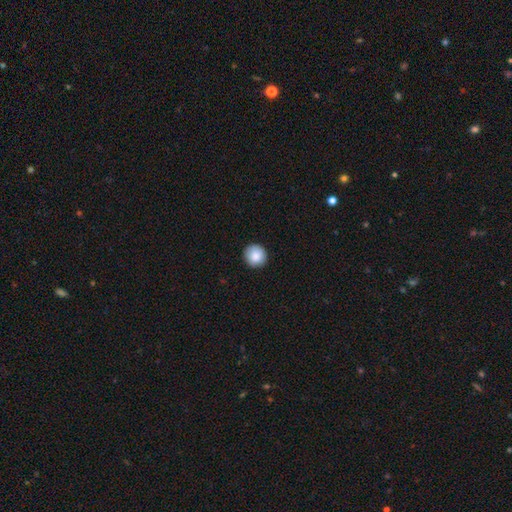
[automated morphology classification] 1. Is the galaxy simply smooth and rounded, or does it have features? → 87% smooth, 8% star or artifact, 5% featured or disk.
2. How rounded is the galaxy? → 94% round, 5% in between, 1% cigar-shaped.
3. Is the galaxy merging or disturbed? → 91% none, 7% minor disturbance, 2% major disturbance, 1% merger.